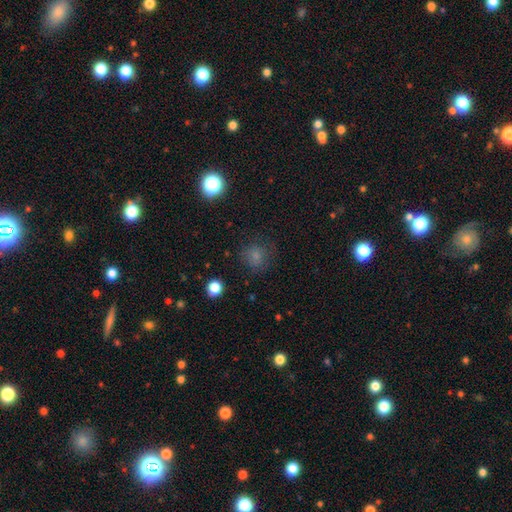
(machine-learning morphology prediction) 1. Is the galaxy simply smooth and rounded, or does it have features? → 74% smooth, 19% star or artifact, 7% featured or disk.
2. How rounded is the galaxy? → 85% round, 14% in between, 1% cigar-shaped.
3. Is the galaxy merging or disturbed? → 75% none, 15% minor disturbance, 8% major disturbance, 2% merger.